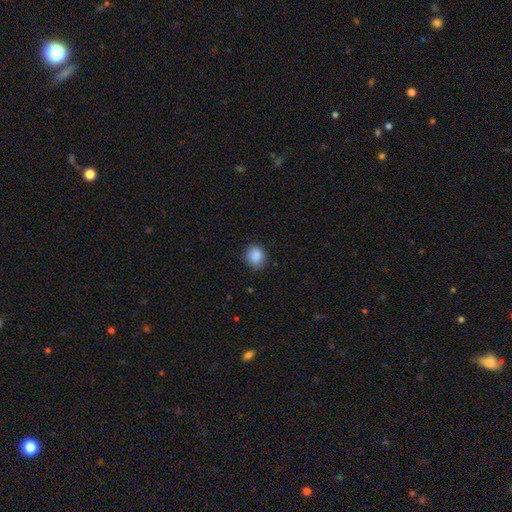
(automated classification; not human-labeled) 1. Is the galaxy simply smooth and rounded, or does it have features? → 88% smooth, 9% star or artifact, 3% featured or disk.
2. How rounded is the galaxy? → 78% round, 22% in between, 1% cigar-shaped.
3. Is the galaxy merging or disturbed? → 82% none, 14% minor disturbance, 3% major disturbance, 1% merger.